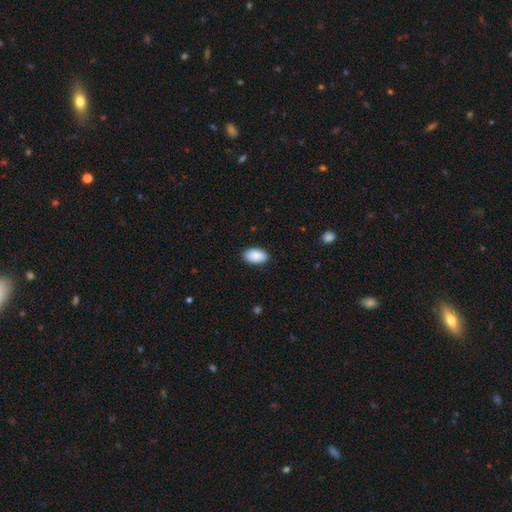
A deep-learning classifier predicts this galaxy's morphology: A smooth galaxy with no disk features (90%) that is in between round and cigar-shaped (94%). Merging: none (89%).